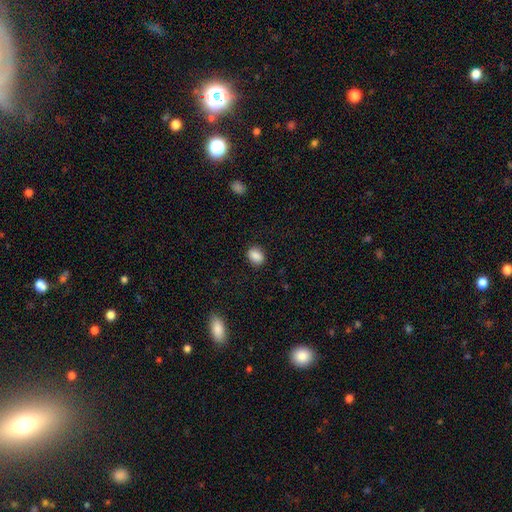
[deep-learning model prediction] smooth-or-featured: smooth: 87% | star or artifact: 9% | featured or disk: 5%
  how-rounded: in between: 63% | round: 36% | cigar-shaped: 1%
  merging: none: 85% | minor disturbance: 11% | major disturbance: 3% | merger: 1%